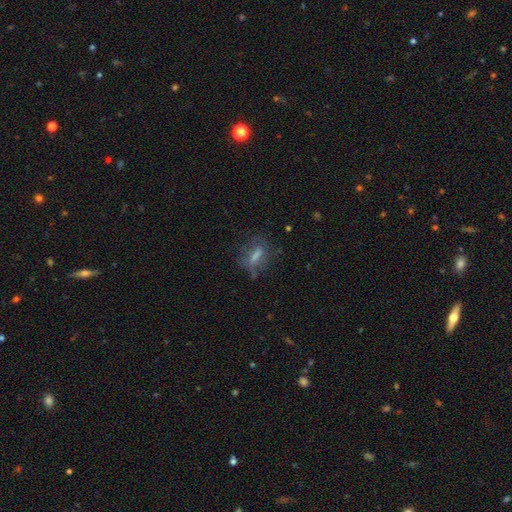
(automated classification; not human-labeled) This is possibly a smooth galaxy (53%). How rounded: possibly cigar-shaped (49%). Merging: possibly none (59%).